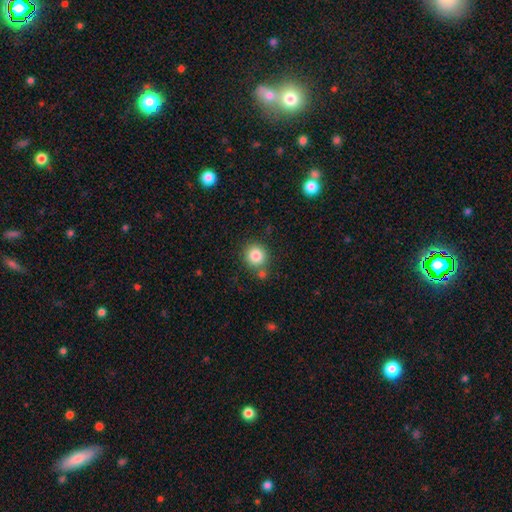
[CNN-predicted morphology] This appears to be a smooth galaxy with no disk features (84%) that is round (90%). Merging: none (77%).